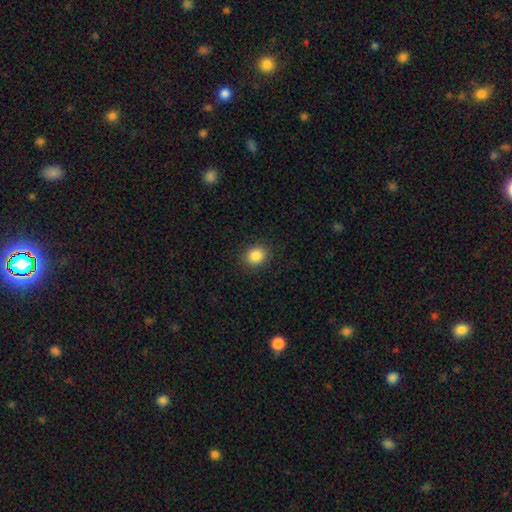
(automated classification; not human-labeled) Smooth or featured? Predicted: smooth (p=0.87). How rounded? Predicted: round (p=0.68). Merging? Predicted: none (p=0.90).